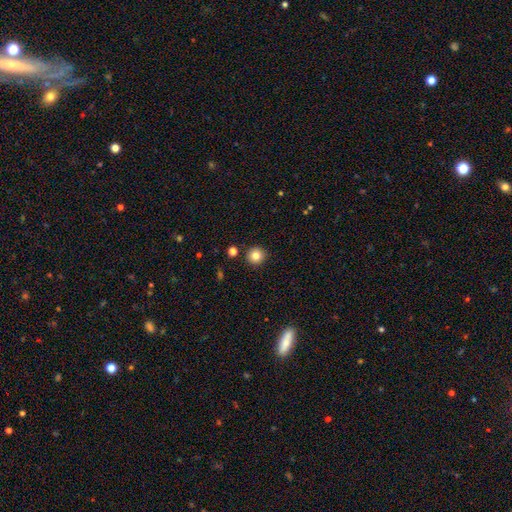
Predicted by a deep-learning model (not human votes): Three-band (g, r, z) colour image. It shows a smooth galaxy with no disk features (82%) that is round (94%). Merging: none (91%).